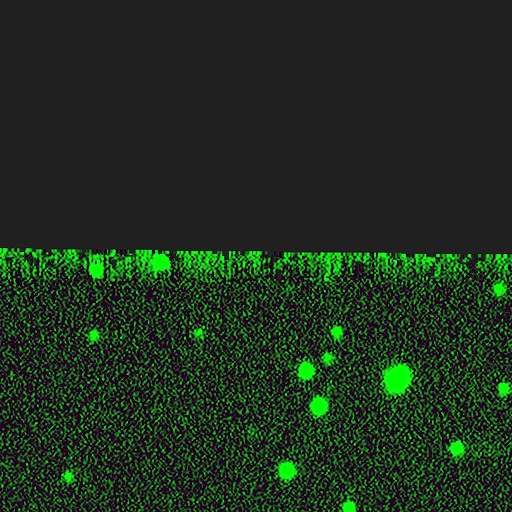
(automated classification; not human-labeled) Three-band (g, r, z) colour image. It shows a star or artifact, not a galaxy (87%).